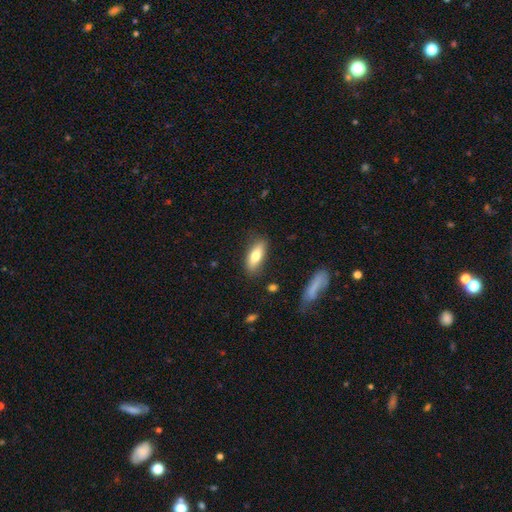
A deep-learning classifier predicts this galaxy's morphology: smooth 73%, featured or disk 20%, star or artifact 7%. Down the decision tree: how rounded — in between (71%); merging — none (81%).